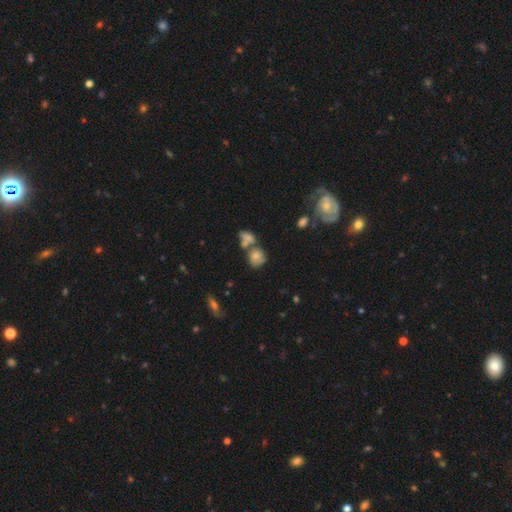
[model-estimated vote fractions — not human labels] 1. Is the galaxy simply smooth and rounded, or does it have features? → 57% smooth, 24% featured or disk, 18% star or artifact.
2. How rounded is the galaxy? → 67% round, 31% in between, 2% cigar-shaped.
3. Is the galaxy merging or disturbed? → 42% none, 40% merger, 12% minor disturbance, 6% major disturbance.